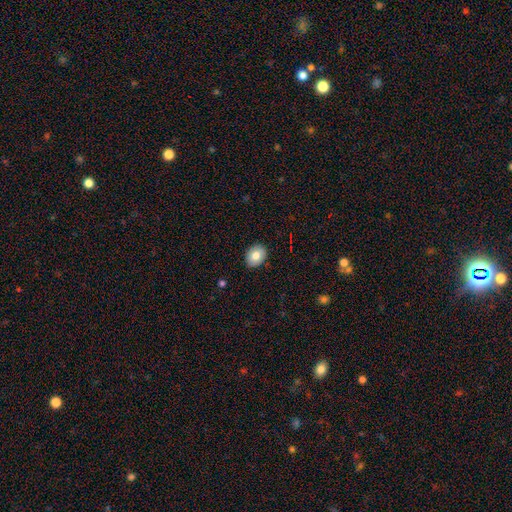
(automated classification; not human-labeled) Smooth or featured?
  - smooth: 78% *
  - featured or disk: 14%
  - star or artifact: 8%
How rounded?
  - in between: 62% *
  - round: 37%
  - cigar-shaped: 1%
Merging?
  - none: 88% *
  - minor disturbance: 9%
  - major disturbance: 2%
  - merger: 1%